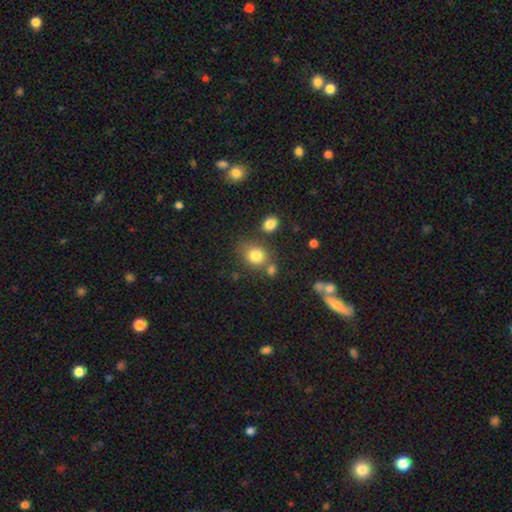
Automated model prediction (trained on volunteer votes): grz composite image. It shows a smooth galaxy with no disk features (81%) that is round (61%). Merging: none (64%).